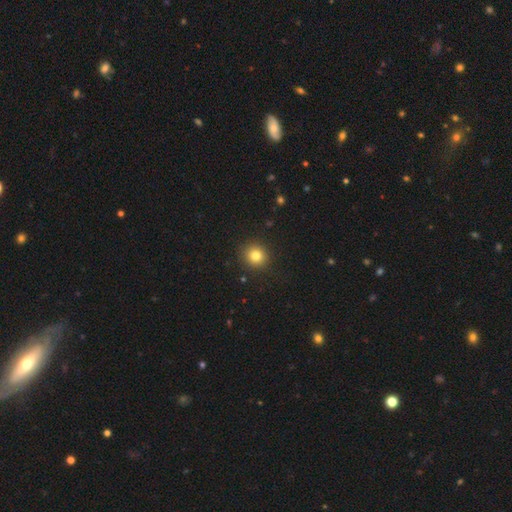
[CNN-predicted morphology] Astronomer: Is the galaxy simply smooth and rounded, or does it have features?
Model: smooth — 81%.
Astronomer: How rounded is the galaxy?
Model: round — 91%.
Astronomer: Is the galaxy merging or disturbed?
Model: none — 91%.